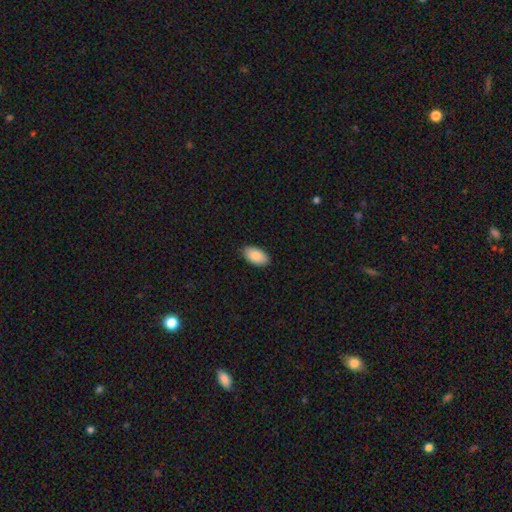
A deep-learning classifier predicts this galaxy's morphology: The model was most divided on "merging": none: 88%, minor disturbance: 9%, major disturbance: 2%, merger: 1%. More confident: how rounded — in between (96%); smooth or featured — smooth (90%).